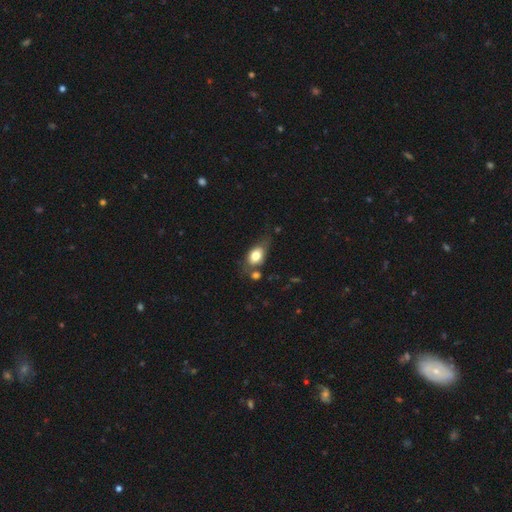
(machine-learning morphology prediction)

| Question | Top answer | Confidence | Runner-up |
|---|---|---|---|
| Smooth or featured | smooth | 75% | featured or disk (17%) |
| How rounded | in between | 76% | round (21%) |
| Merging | none | 50% | minor disturbance (27%) |